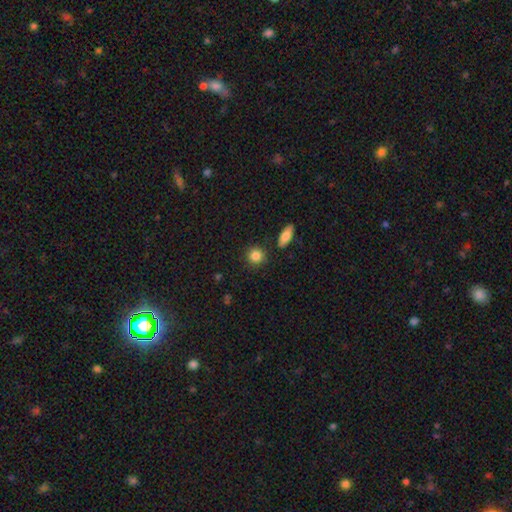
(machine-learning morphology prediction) smooth_or_featured: smooth (p=0.85) [alt: star or artifact p=0.08]
how_rounded: round (p=0.87) [alt: in between p=0.12]
merging: none (p=0.86) [alt: minor disturbance p=0.07]